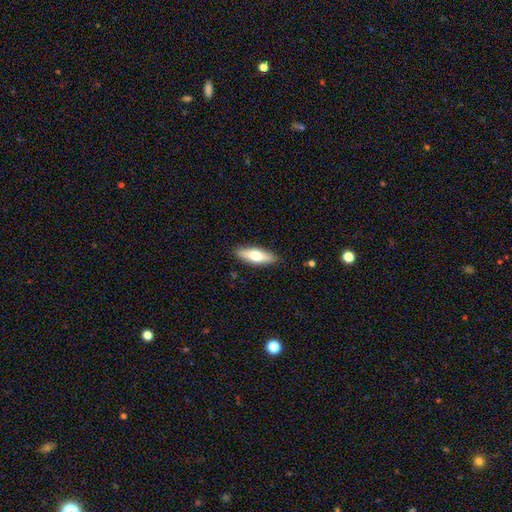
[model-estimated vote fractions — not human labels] This is likely a smooth galaxy (63%). How rounded: possibly in between (53%). Merging: clearly none (88%).